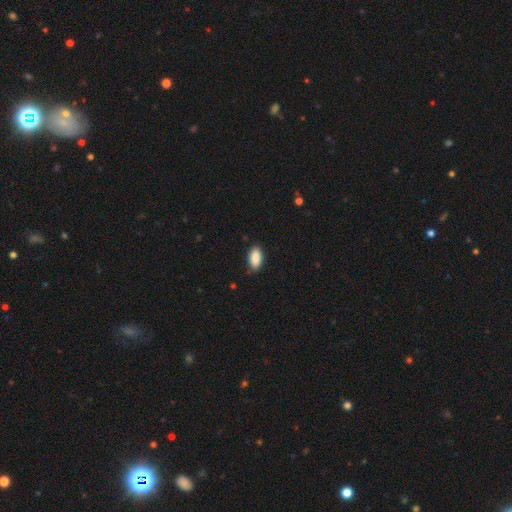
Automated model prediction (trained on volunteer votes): A smooth galaxy with no disk features (90%) that is in between round and cigar-shaped (93%).

Vote fractions:
- Smooth or featured? smooth: 90% / star or artifact: 6% / featured or disk: 4%
- How rounded? in between: 93% / cigar-shaped: 4% / round: 3%
- Merging? none: 87% / minor disturbance: 10% / major disturbance: 2% / merger: 1%